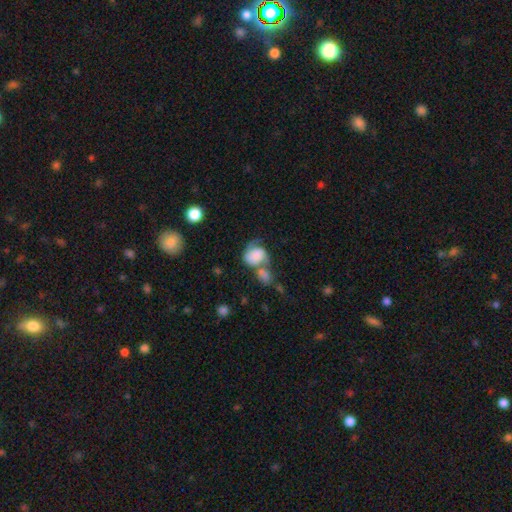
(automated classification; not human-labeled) A smooth galaxy with no disk features (59%) that is round (54%).

Vote fractions:
- Smooth or featured? smooth: 59% / featured or disk: 32% / star or artifact: 9%
- How rounded? round: 54% / in between: 45% / cigar-shaped: 1%
- Merging? merger: 45% / none: 21% / major disturbance: 19% / minor disturbance: 16%